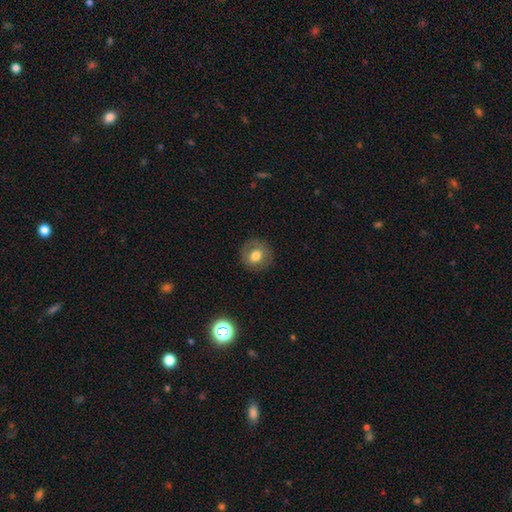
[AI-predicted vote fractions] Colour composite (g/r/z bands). It shows a smooth galaxy with no disk features (71%) that is round (87%). Merging: none (86%).